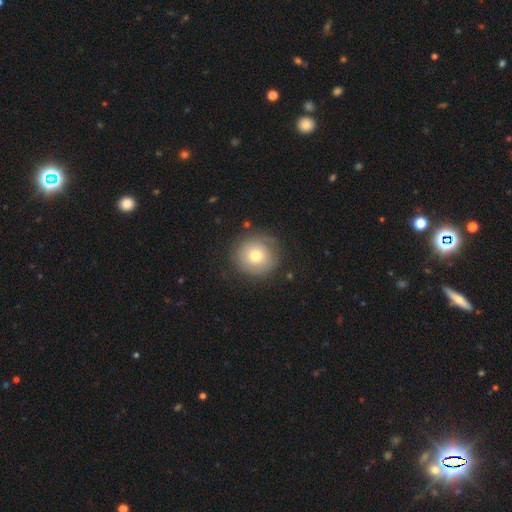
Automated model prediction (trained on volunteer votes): Smooth or featured? smooth (67%)
How rounded? round (92%)
Merging? none (78%)